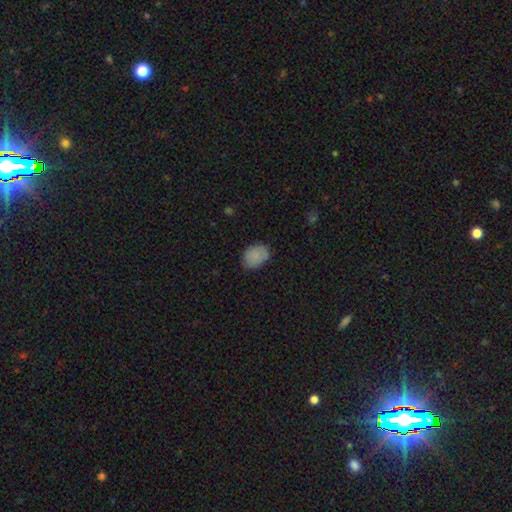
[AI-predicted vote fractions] Q: Smooth or featured?
A: smooth (86%); runner-up: star or artifact (8%)
Q: How rounded?
A: in between (75%); runner-up: round (24%)
Q: Merging?
A: none (79%); runner-up: minor disturbance (17%)